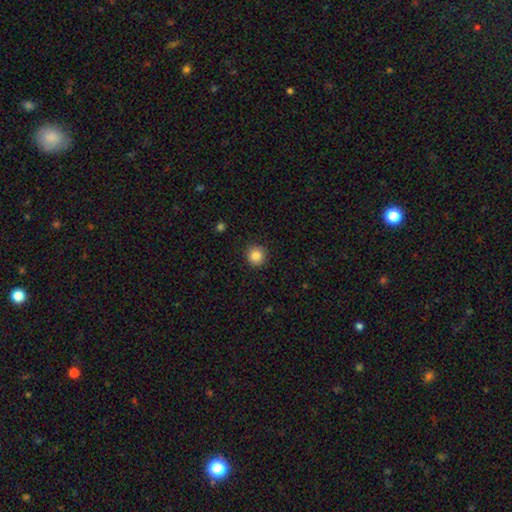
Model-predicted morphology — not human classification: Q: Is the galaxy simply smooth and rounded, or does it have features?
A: smooth — 85%.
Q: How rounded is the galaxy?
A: round — 94%.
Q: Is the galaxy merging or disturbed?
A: none — 90%.